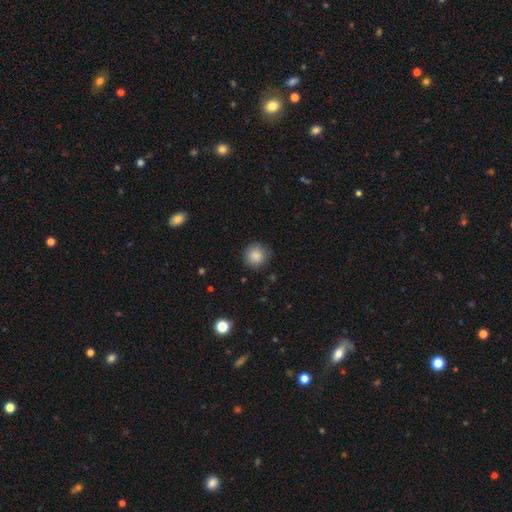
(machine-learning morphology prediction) This appears to be a smooth galaxy with no disk features (87%) that is round (94%). Merging: none (86%).